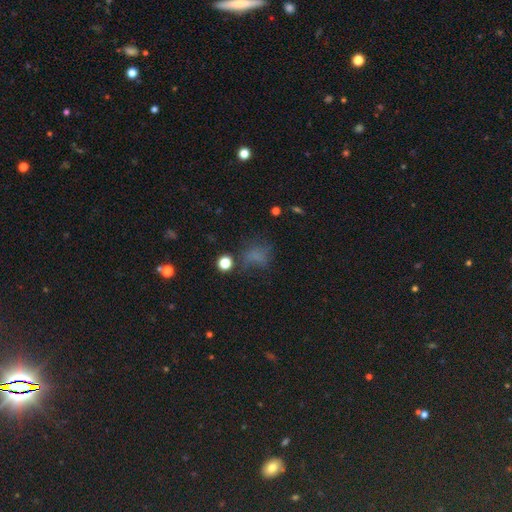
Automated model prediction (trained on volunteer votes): smooth-or-featured: smooth: 58% | star or artifact: 28% | featured or disk: 14%
  how-rounded: round: 54% | in between: 43% | cigar-shaped: 2%
  merging: none: 48% | major disturbance: 24% | minor disturbance: 23% | merger: 5%